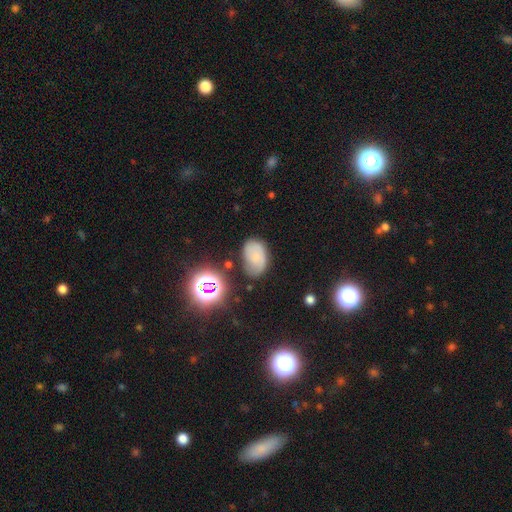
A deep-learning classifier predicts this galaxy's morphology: Smooth or featured?
  - smooth: 57% *
  - featured or disk: 26%
  - star or artifact: 17%
How rounded?
  - in between: 85% *
  - round: 14%
  - cigar-shaped: 1%
Merging?
  - none: 64% *
  - minor disturbance: 24%
  - major disturbance: 8%
  - merger: 4%